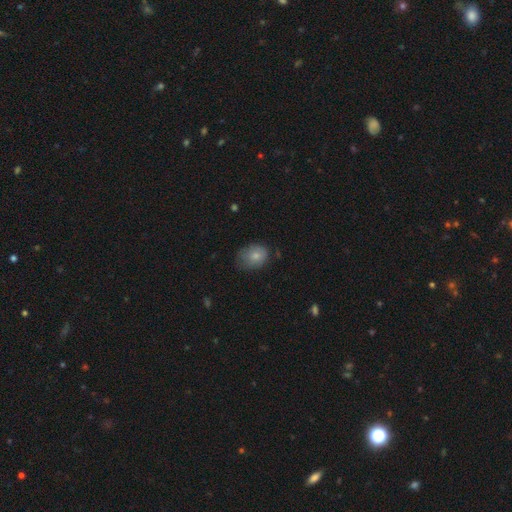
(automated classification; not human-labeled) The model was most divided on "how rounded": in between: 56%, round: 43%, cigar-shaped: 1%. More confident: smooth or featured — smooth (79%); merging — none (54%).